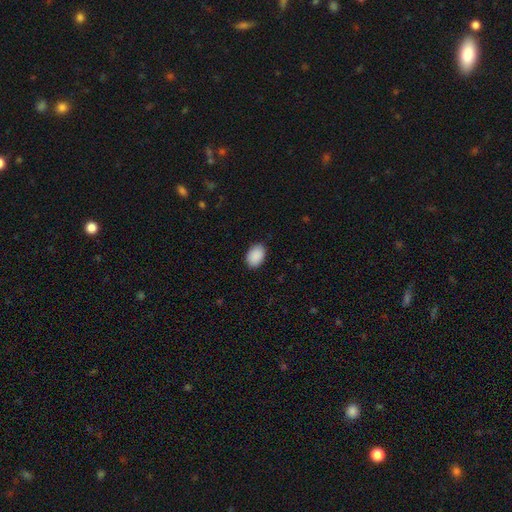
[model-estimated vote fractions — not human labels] smooth-or-featured: smooth: 91% | star or artifact: 6% | featured or disk: 3%
  how-rounded: in between: 86% | round: 13% | cigar-shaped: 1%
  merging: none: 87% | minor disturbance: 10% | major disturbance: 2% | merger: 1%